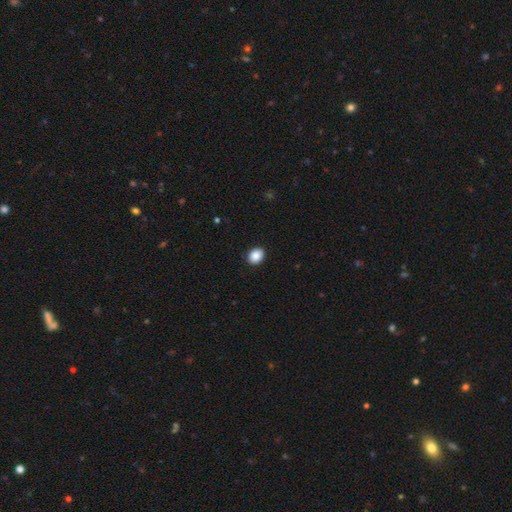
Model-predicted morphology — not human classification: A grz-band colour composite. It shows a smooth galaxy with no disk features (89%) that is round (56%). Merging: none (91%).